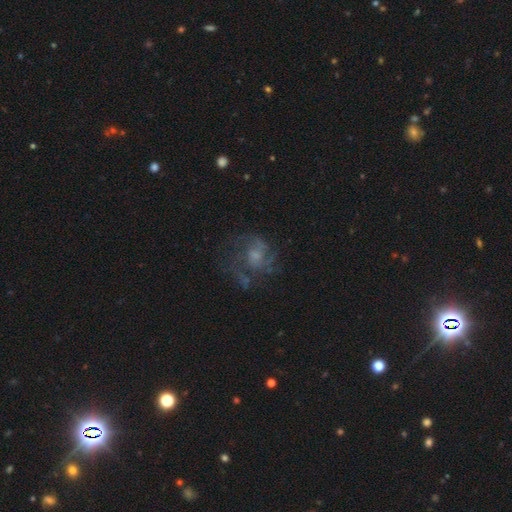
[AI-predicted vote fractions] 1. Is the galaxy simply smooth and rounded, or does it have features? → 67% featured or disk, 20% smooth, 13% star or artifact.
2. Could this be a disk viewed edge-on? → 98% no, 2% yes.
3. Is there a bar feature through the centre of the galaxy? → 73% no, 24% weak, 3% strong.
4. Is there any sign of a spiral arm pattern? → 78% yes, 22% no.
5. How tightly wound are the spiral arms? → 46% medium, 29% tight, 25% loose.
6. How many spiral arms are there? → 36% can't tell, 25% 3, 18% 2, 10% 4, 6% 1, 5% more than 4.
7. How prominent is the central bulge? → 38% small, 34% moderate, 20% none, 6% large, 1% dominant.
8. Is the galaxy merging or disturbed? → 54% none, 25% major disturbance, 18% minor disturbance, 3% merger.